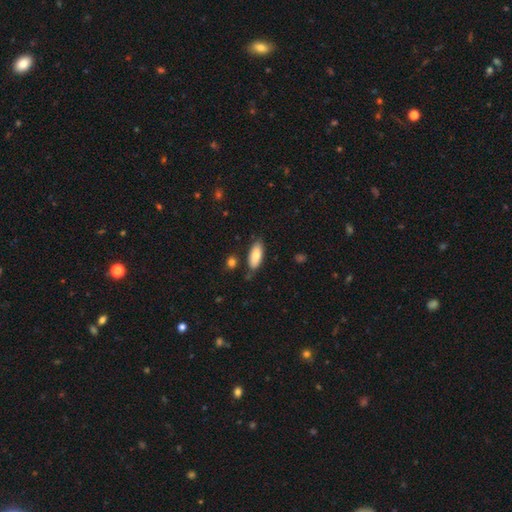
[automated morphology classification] This appears to be a smooth galaxy with no disk features (81%) that is in between round and cigar-shaped (81%). Merging: none (79%).